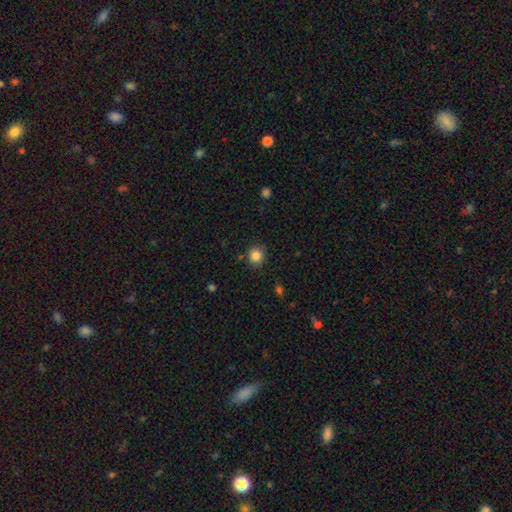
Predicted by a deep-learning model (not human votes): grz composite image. It shows a smooth galaxy with no disk features (84%) that is round (78%). Merging: none (83%).